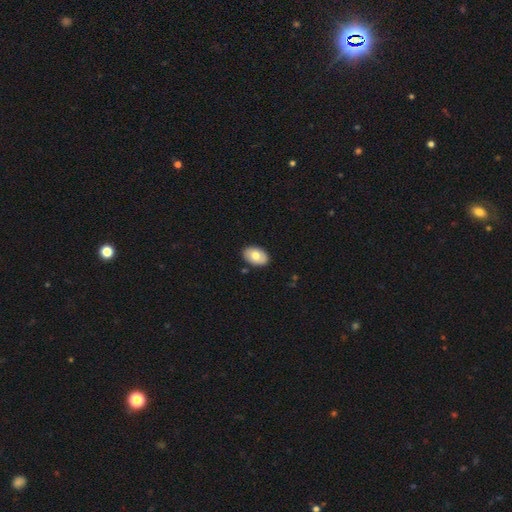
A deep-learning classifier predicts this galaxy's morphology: Smooth or featured? Predicted: smooth (p=0.73). How rounded? Predicted: in between (p=0.88). Merging? Predicted: none (p=0.88).